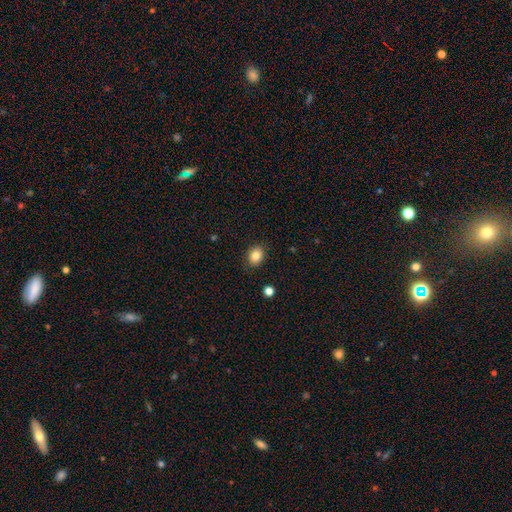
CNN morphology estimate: The model was most divided on "how rounded": in between: 50%, round: 49%, cigar-shaped: 1%. More confident: merging — none (88%); smooth or featured — smooth (84%).